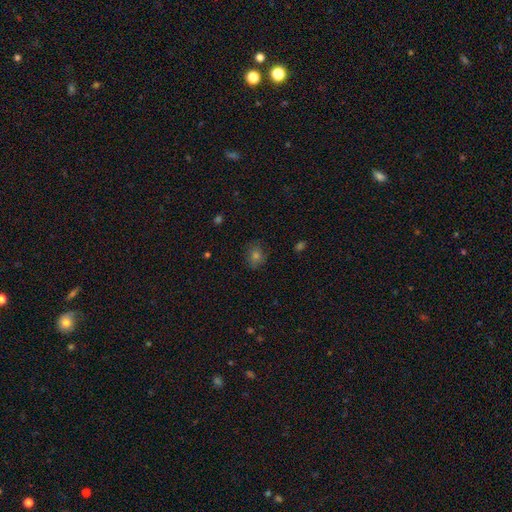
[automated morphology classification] smooth_or_featured: smooth (p=0.65) [alt: star or artifact p=0.23]
how_rounded: round (p=0.72) [alt: in between p=0.27]
merging: none (p=0.83) [alt: minor disturbance p=0.13]